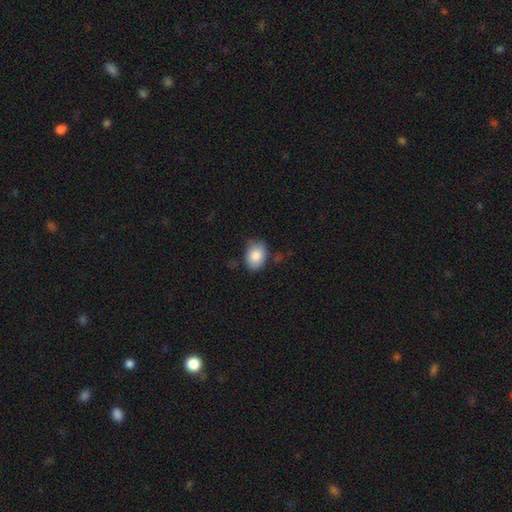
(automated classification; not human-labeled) A smooth galaxy with no disk features (84%) that is in between round and cigar-shaped (72%). Merging: none (66%).